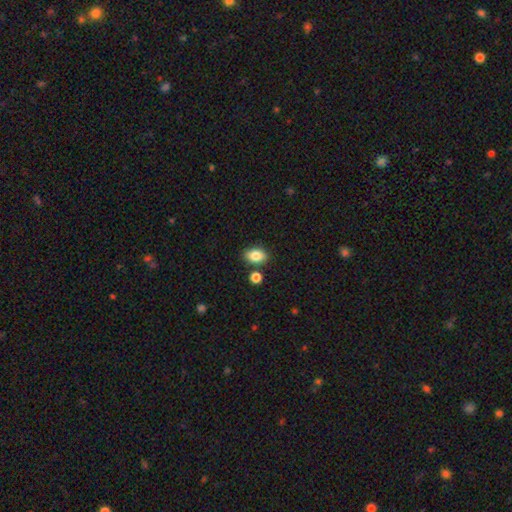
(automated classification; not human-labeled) Smooth or featured? smooth (85%)
How rounded? in between (81%)
Merging? none (80%)